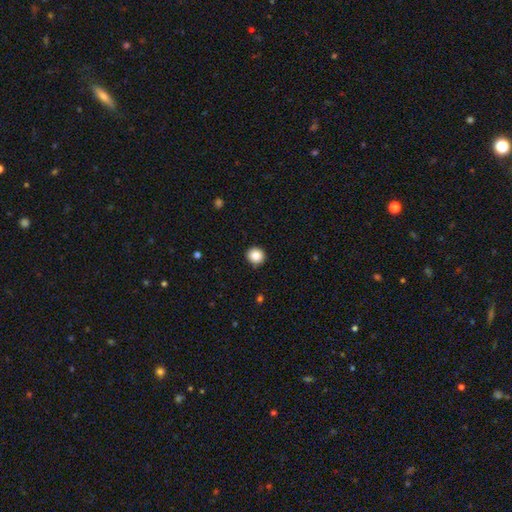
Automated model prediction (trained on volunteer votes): A smooth galaxy with no disk features (86%) that is round (90%). Merging: none (90%).